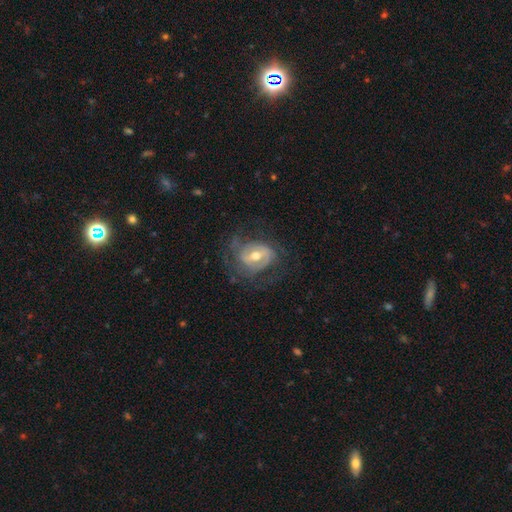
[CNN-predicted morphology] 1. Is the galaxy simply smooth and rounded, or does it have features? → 76% featured or disk, 17% smooth, 7% star or artifact.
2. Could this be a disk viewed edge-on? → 96% no, 4% yes.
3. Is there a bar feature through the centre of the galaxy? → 44% weak, 33% no, 23% strong.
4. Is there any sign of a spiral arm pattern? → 78% yes, 22% no.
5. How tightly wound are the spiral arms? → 39% tight, 38% medium, 23% loose.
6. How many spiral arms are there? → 40% 2, 34% can't tell, 11% 3, 8% 1, 4% 4, 3% more than 4.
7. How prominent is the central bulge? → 72% moderate, 21% small, 5% large, 1% none, 1% dominant.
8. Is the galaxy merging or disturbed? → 57% none, 21% minor disturbance, 21% major disturbance, 1% merger.